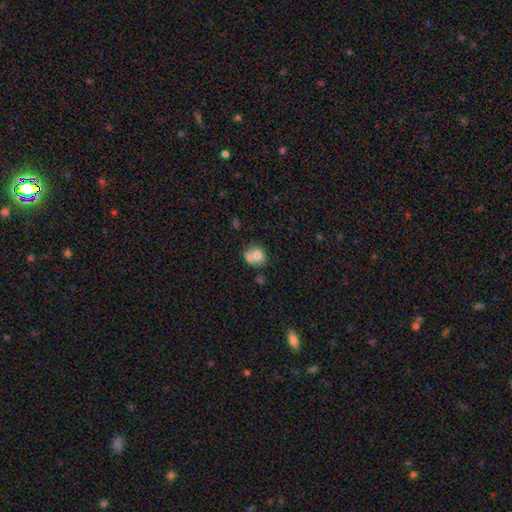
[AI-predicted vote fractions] Smooth or featured? smooth (71%)
How rounded? round (62%)
Merging? merger (49%)